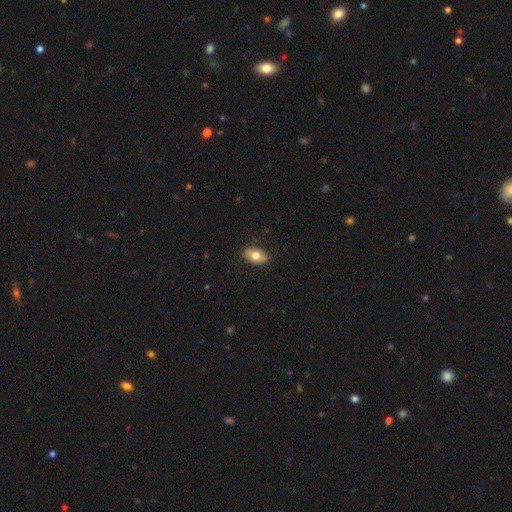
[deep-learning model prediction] Smooth or featured? Predicted: smooth (p=0.73). How rounded? Predicted: in between (p=0.89). Merging? Predicted: none (p=0.84).